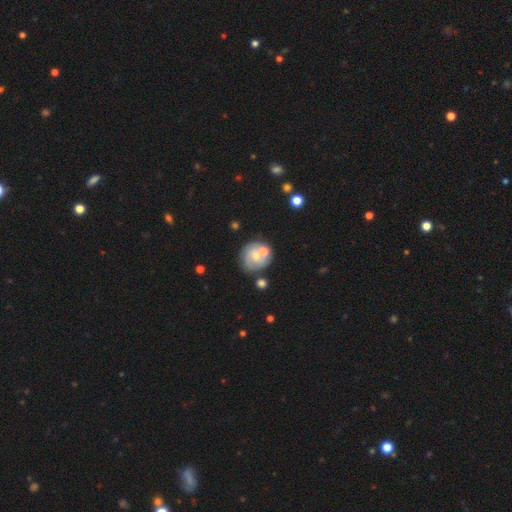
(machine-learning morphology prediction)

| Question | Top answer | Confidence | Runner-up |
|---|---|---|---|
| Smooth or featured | featured or disk | 48% | smooth (44%) |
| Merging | none | 54% | merger (23%) |